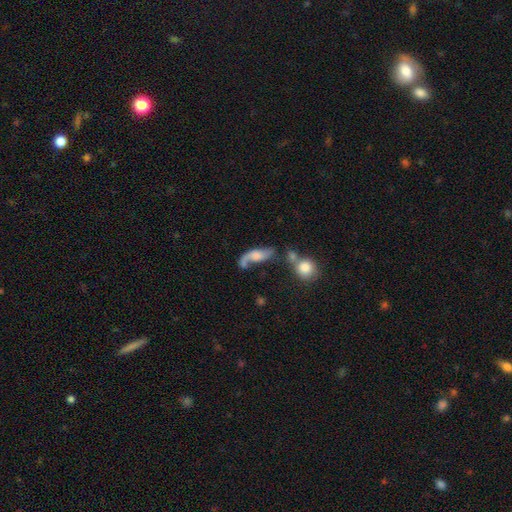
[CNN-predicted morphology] Overall: featured or disk (64%; smooth 28%). Edge-on disk: no (89%). Bar: no (62%; weak 30%). Spiral arms: yes (87%). Bulge size: none (29%; moderate 27%). Merging: none (37%; merger 22%).